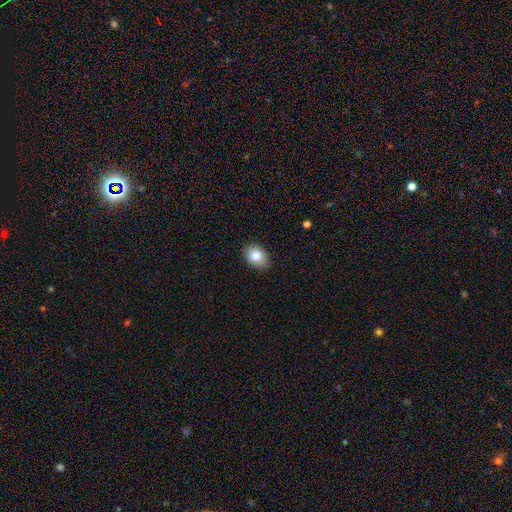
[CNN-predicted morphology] This is clearly a smooth galaxy (85%). How rounded: likely in between (65%). Merging: clearly none (86%).